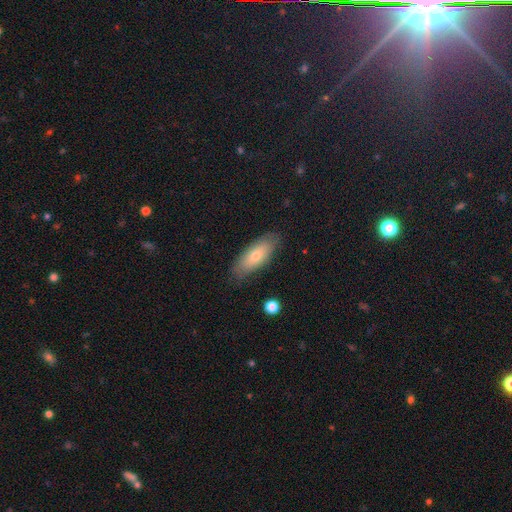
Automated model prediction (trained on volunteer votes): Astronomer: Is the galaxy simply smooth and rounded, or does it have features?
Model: smooth — 69%.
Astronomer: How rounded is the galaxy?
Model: in between — 72%.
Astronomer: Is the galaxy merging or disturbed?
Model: none — 82%.